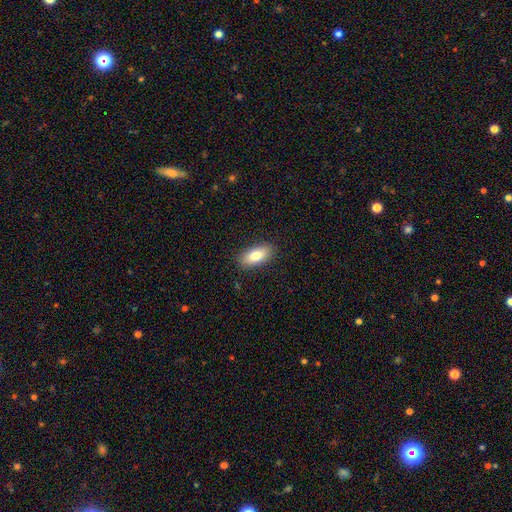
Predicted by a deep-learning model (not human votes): This appears to be a smooth galaxy with no disk features (81%) that is in between round and cigar-shaped (86%). Merging: none (87%).